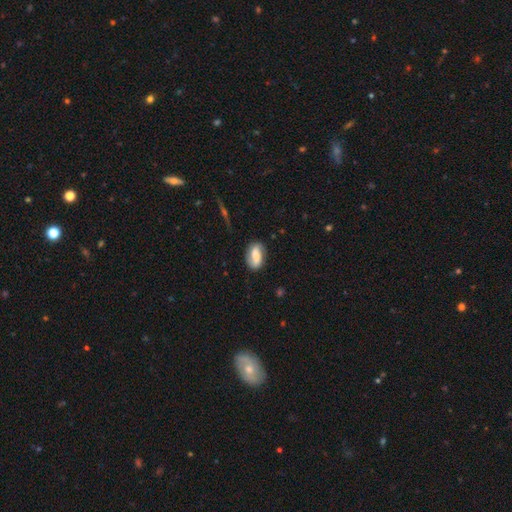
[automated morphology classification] Smooth or featured: smooth — 47% (featured or disk — 46%)
Merging: none — 79% (minor disturbance — 15%)